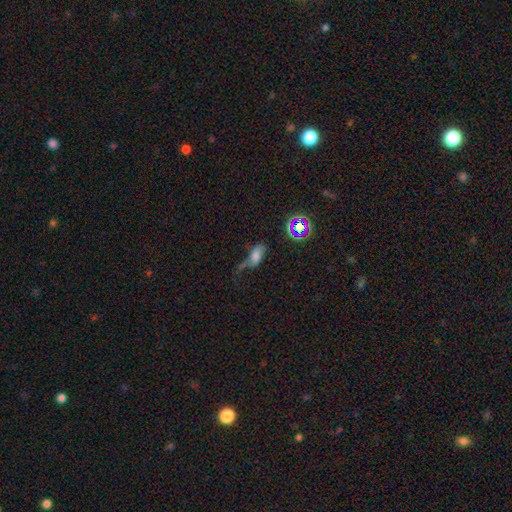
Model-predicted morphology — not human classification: smooth 57%, featured or disk 25%, star or artifact 19%. Down the decision tree: how rounded — in between (80%); merging — major disturbance (40%).